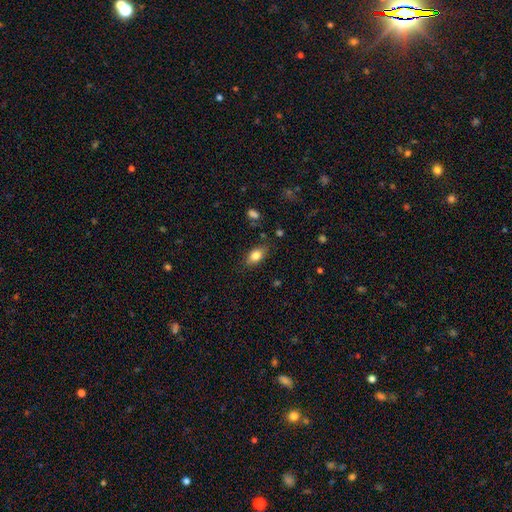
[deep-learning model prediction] The model was most divided on "merging": none: 82%, minor disturbance: 14%, major disturbance: 3%, merger: 2%. More confident: how rounded — in between (87%); smooth or featured — smooth (81%).